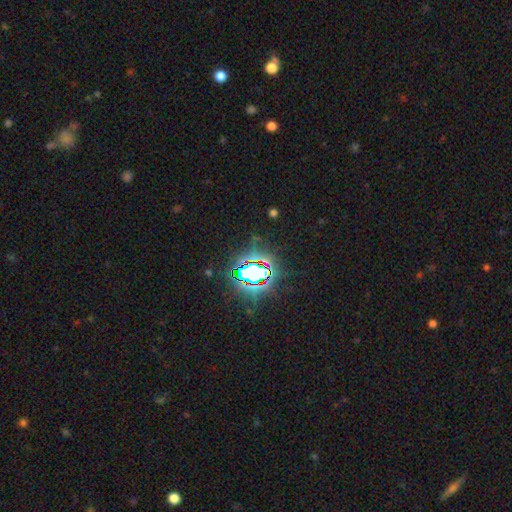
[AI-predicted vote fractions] A star or artifact, not a galaxy (81%).

Vote fractions:
- Smooth or featured? star or artifact: 81% / smooth: 11% / featured or disk: 8%